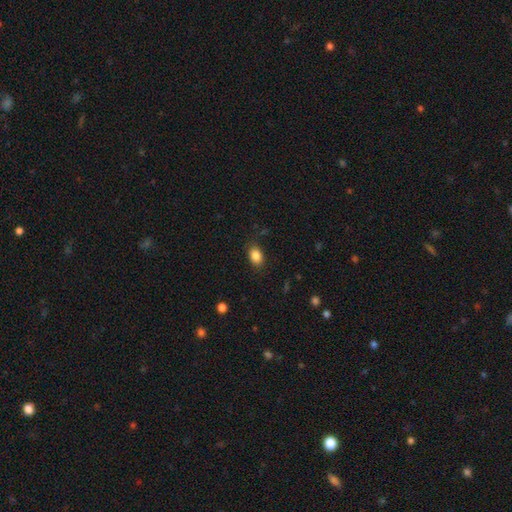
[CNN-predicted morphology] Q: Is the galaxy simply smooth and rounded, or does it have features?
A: smooth — 86%.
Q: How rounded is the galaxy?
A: in between — 81%.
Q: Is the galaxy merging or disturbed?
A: none — 84%.